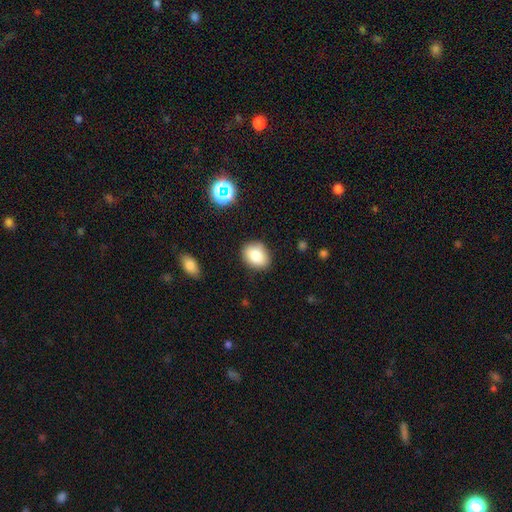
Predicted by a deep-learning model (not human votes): The model was most divided on "how rounded": in between: 58%, round: 41%, cigar-shaped: 1%. More confident: merging — none (85%); smooth or featured — smooth (82%).